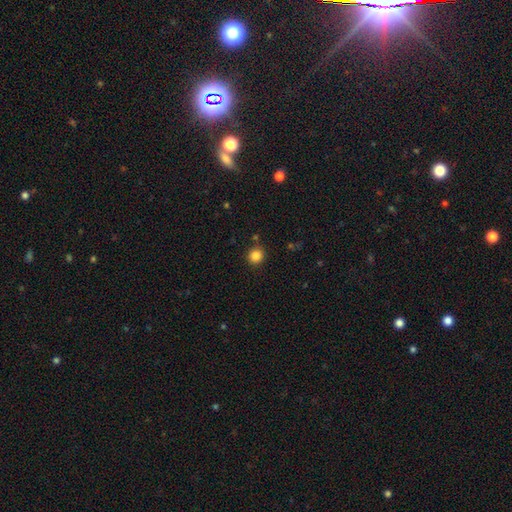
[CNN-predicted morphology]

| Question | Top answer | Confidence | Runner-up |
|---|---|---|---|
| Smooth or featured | smooth | 85% | star or artifact (12%) |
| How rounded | round | 92% | in between (7%) |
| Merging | none | 86% | minor disturbance (8%) |